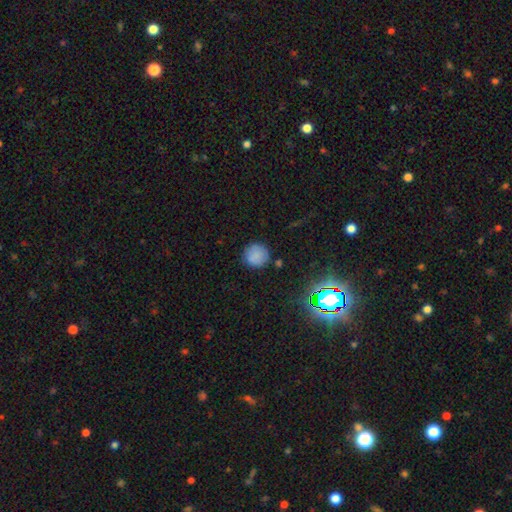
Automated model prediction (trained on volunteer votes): The model was most divided on "merging": none: 82%, minor disturbance: 12%, major disturbance: 3%, merger: 3%. More confident: how rounded — round (93%); smooth or featured — smooth (81%).